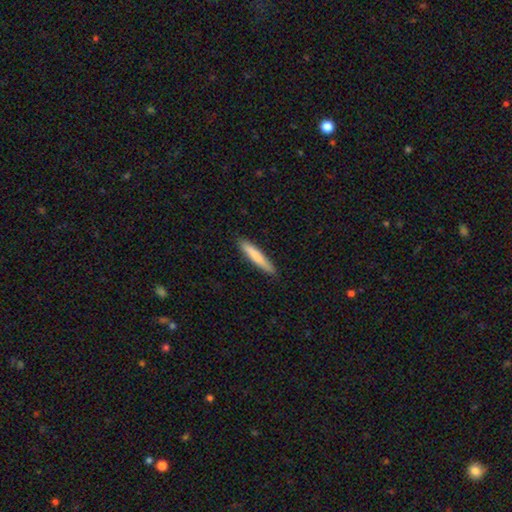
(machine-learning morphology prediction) type=smooth (79%); roundness=cigar-shaped (92%); merging=none (89%).